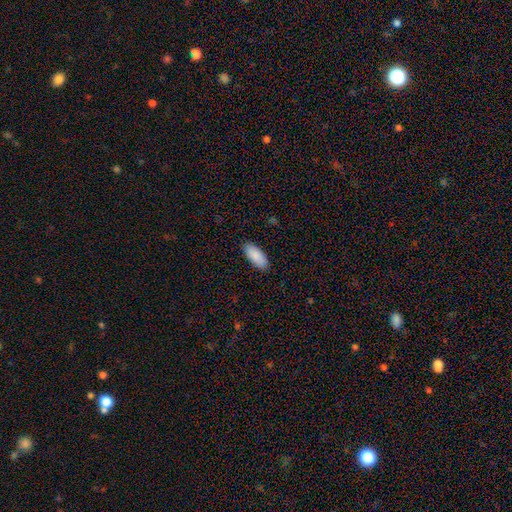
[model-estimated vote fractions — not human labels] Smooth or featured?
  - smooth: 90% *
  - star or artifact: 6%
  - featured or disk: 4%
How rounded?
  - in between: 88% *
  - cigar-shaped: 11%
  - round: 2%
Merging?
  - none: 89% *
  - minor disturbance: 9%
  - major disturbance: 2%
  - merger: 1%